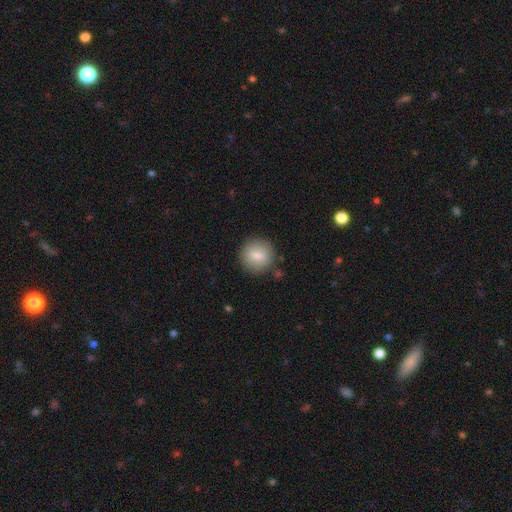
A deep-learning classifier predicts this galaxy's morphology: Overall: smooth (82%). How rounded: round (91%). Merging: none (85%).